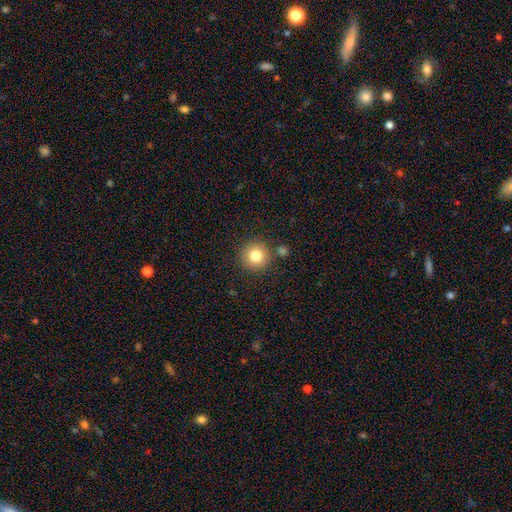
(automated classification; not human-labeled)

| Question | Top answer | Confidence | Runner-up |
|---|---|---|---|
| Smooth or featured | smooth | 81% | star or artifact (11%) |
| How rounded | round | 95% | in between (4%) |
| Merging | none | 84% | minor disturbance (7%) |